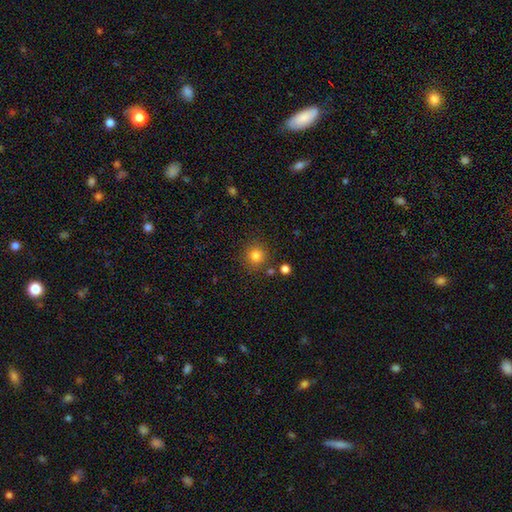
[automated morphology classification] Smooth or featured? Predicted: smooth (p=0.82). How rounded? Predicted: round (p=0.93). Merging? Predicted: none (p=0.84).